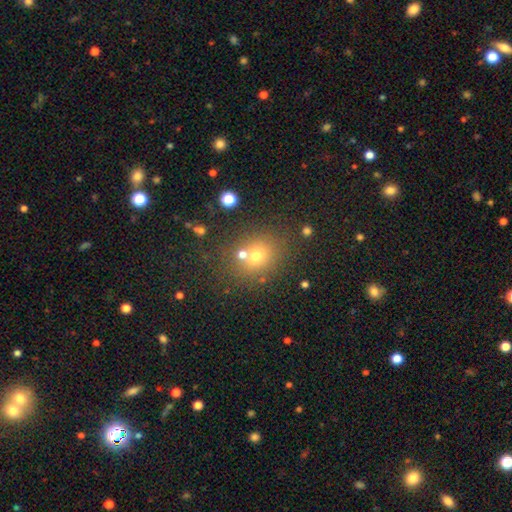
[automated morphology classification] smooth 68%, star or artifact 19%, featured or disk 13%. Down the decision tree: how rounded — round (71%); merging — none (67%).